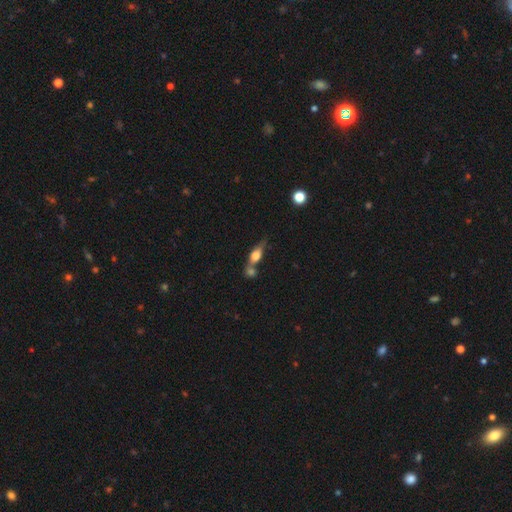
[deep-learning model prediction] Q: Smooth or featured?
A: smooth (60%); runner-up: featured or disk (31%)
Q: How rounded?
A: in between (62%); runner-up: cigar-shaped (27%)
Q: Merging?
A: merger (46%); runner-up: none (35%)